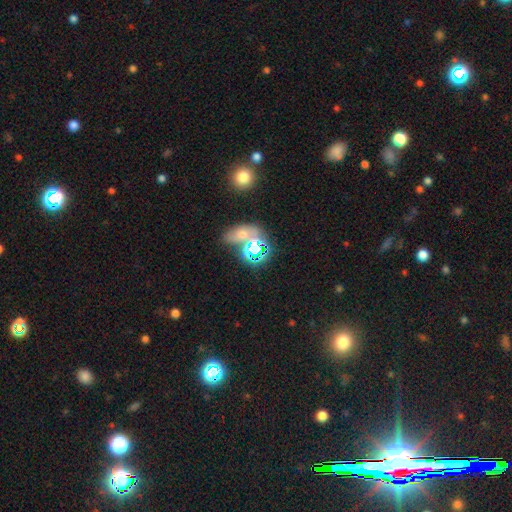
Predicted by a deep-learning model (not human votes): Smooth or featured: star or artifact — 50% (smooth — 37%)